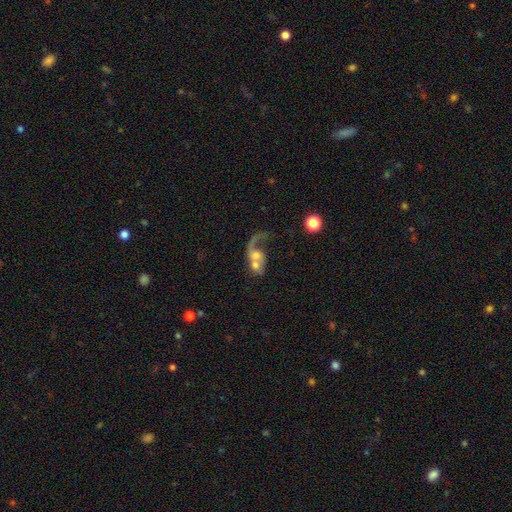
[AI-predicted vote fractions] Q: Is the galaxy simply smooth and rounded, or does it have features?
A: featured or disk — 56%.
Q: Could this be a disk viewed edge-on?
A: no — 96%.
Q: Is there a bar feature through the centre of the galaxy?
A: no — 76%.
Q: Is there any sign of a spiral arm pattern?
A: yes — 67%.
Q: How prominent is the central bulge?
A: moderate — 44%.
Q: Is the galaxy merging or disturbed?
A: merger — 61%.